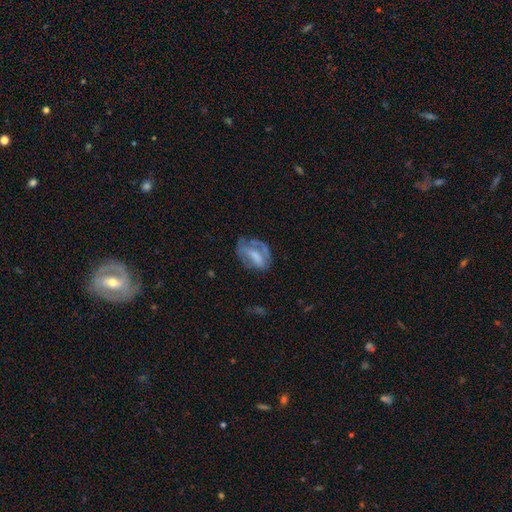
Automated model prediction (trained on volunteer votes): A featured or disk galaxy (50%).

Vote fractions:
- Smooth or featured? featured or disk: 50% / smooth: 41% / star or artifact: 9%
- Edge-on disk? no: 94% / yes: 6%
- Merging? none: 43% / minor disturbance: 27% / major disturbance: 26% / merger: 4%